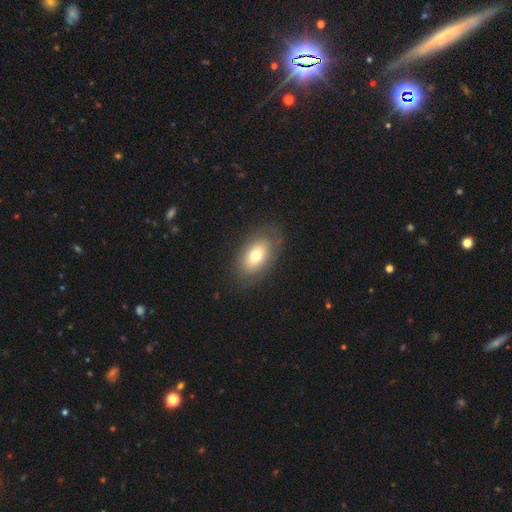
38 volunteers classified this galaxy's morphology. A smooth galaxy with no disk features (71%) that is in between round and cigar-shaped (89%). Merging: none (75%).